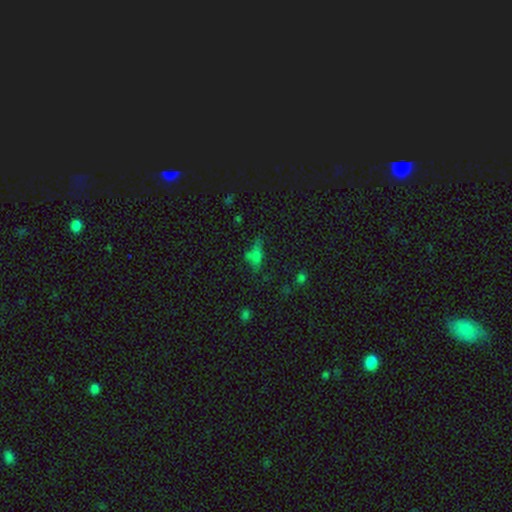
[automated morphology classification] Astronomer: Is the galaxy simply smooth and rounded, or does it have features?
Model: smooth — 57%.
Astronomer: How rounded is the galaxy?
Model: in between — 60%.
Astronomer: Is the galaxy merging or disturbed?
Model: none — 50%.